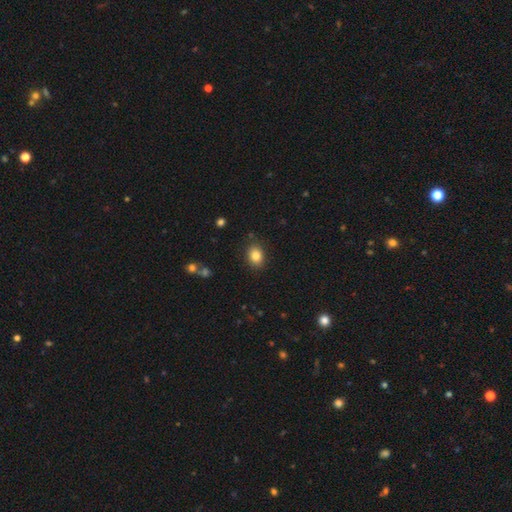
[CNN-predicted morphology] Smooth or featured? smooth (84%)
How rounded? in between (62%)
Merging? none (85%)